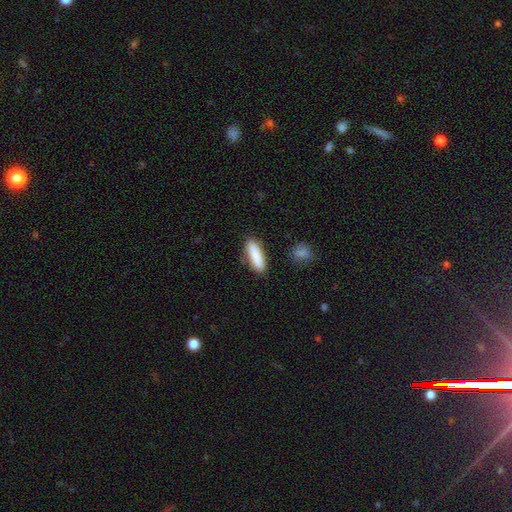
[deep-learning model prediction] This appears to be a smooth galaxy with no disk features (87%) that is cigar-shaped (54%). Merging: none (81%).